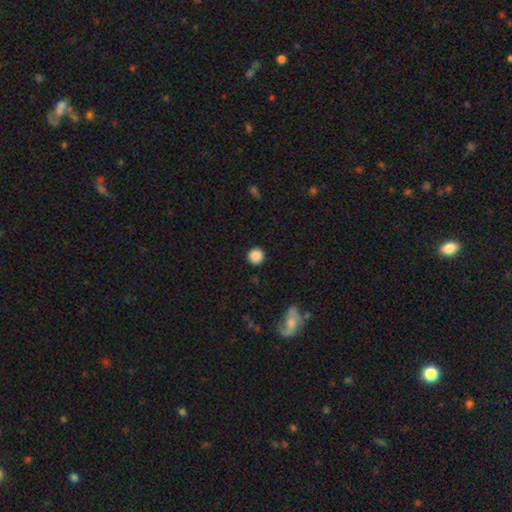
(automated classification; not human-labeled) This appears to be a smooth galaxy with no disk features (88%) that is round (93%). Merging: none (90%).